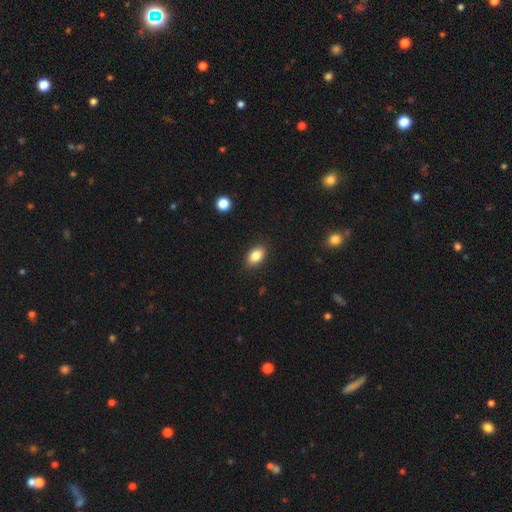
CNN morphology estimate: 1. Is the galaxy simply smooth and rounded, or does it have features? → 85% smooth, 8% star or artifact, 6% featured or disk.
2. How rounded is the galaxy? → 87% in between, 12% round, 2% cigar-shaped.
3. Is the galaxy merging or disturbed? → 89% none, 8% minor disturbance, 2% major disturbance, 1% merger.